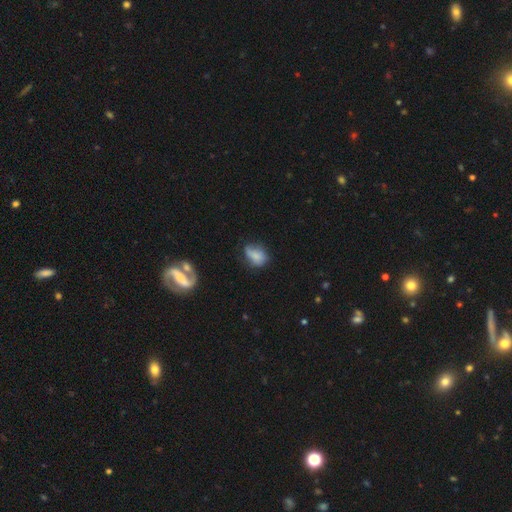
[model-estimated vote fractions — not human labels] A smooth galaxy with no disk features (72%) that is in between round and cigar-shaped (79%). Merging: none (44%).